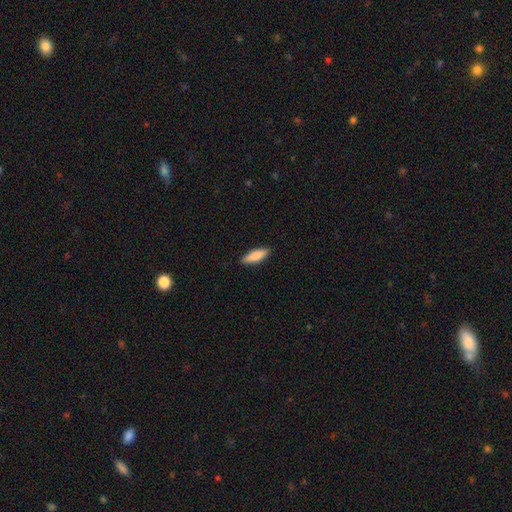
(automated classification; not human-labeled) Smooth or featured?
  - smooth: 85% *
  - featured or disk: 10%
  - star or artifact: 5%
How rounded?
  - in between: 55% *
  - cigar-shaped: 43%
  - round: 2%
Merging?
  - none: 89% *
  - minor disturbance: 8%
  - major disturbance: 2%
  - merger: 1%